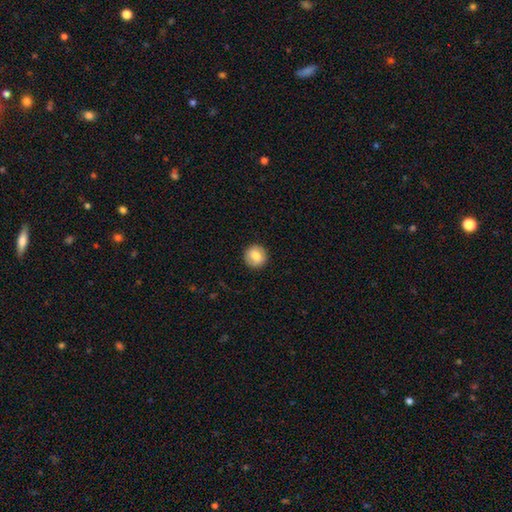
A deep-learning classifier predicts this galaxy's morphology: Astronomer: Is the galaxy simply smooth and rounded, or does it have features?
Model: smooth — 78%.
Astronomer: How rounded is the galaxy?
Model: round — 93%.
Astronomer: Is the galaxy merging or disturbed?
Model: none — 91%.